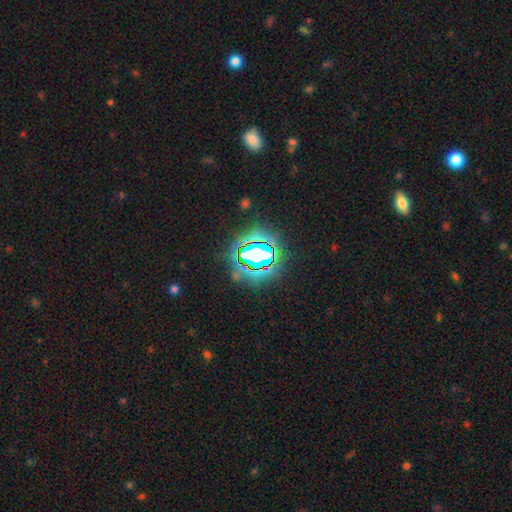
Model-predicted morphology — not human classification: Smooth or featured? star or artifact (73%)